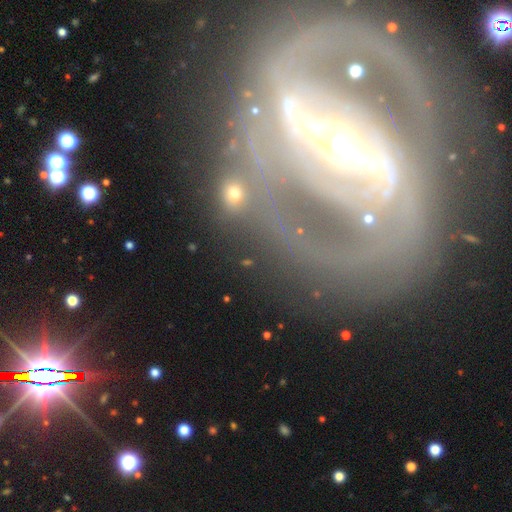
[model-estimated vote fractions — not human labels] Smooth or featured? featured or disk (88%)
Edge-on disk? no (89%)
Bar? strong (82%)
Spiral arms? yes (81%)
Spiral winding? tight (49%)
Spiral arm count? 2 (68%)
Bulge size? moderate (55%)
Merging? none (74%)